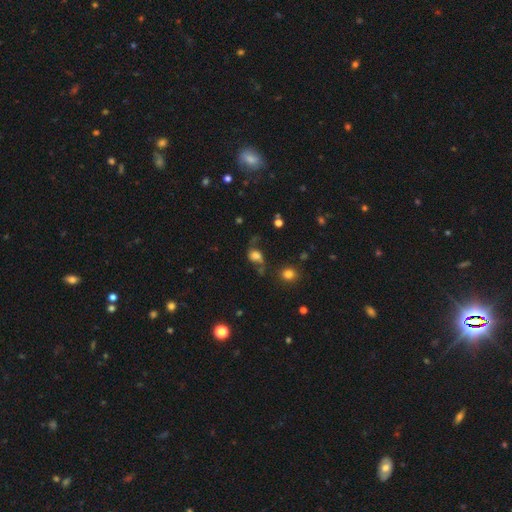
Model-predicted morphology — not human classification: type=featured or disk (46%); merging=none (46%).